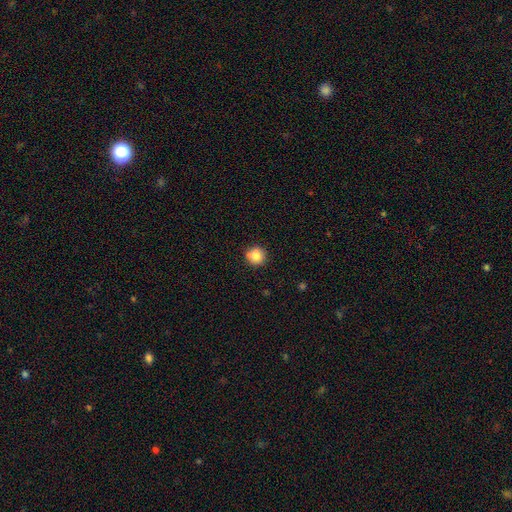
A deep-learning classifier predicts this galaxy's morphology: smooth-or-featured: smooth: 82% | star or artifact: 10% | featured or disk: 8%
  how-rounded: round: 91% | in between: 8% | cigar-shaped: 1%
  merging: none: 74% | minor disturbance: 15% | merger: 8% | major disturbance: 3%